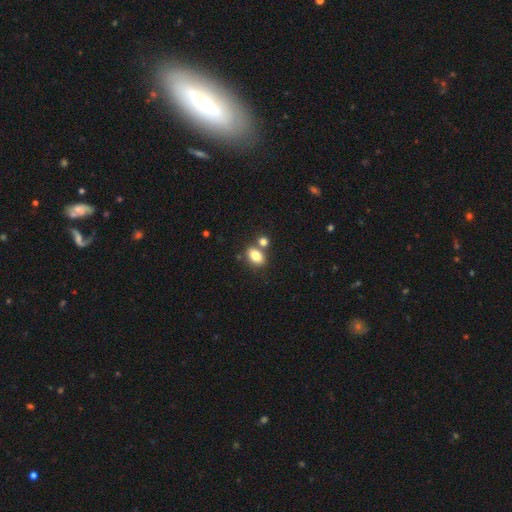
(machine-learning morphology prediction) A smooth galaxy with no disk features (81%) that is in between round and cigar-shaped (80%).

Vote fractions:
- Smooth or featured? smooth: 81% / featured or disk: 10% / star or artifact: 9%
- How rounded? in between: 80% / round: 18% / cigar-shaped: 2%
- Merging? none: 61% / merger: 25% / minor disturbance: 11% / major disturbance: 3%